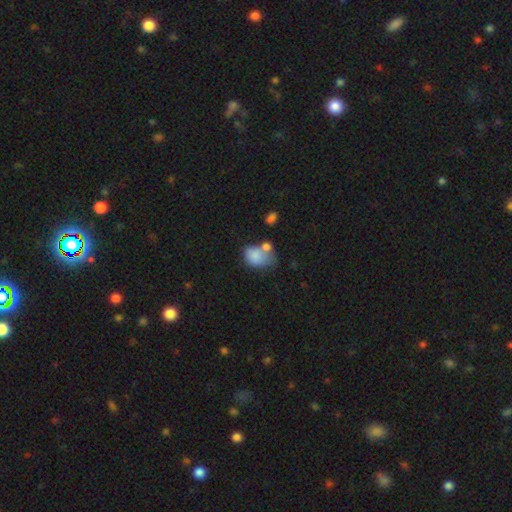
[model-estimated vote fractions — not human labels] This is likely a smooth galaxy (78%). How rounded: likely in between (65%). Merging: marginally merger (35%).